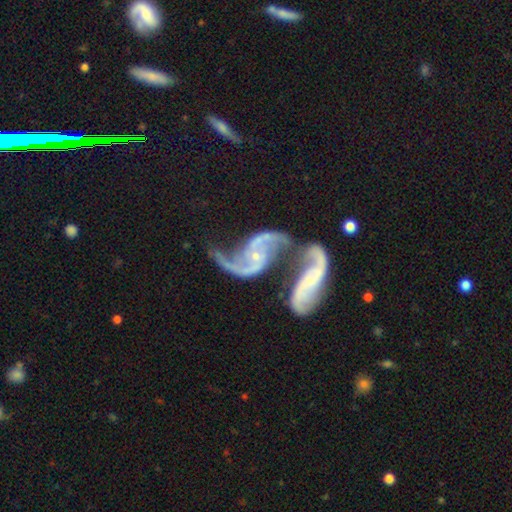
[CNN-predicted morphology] This appears to be a featured or disk galaxy (90%) with no bar (58%), 2 (91%) loose (69%) spiral arms (96%) and a small central bulge (72%). Merging: merger (59%).